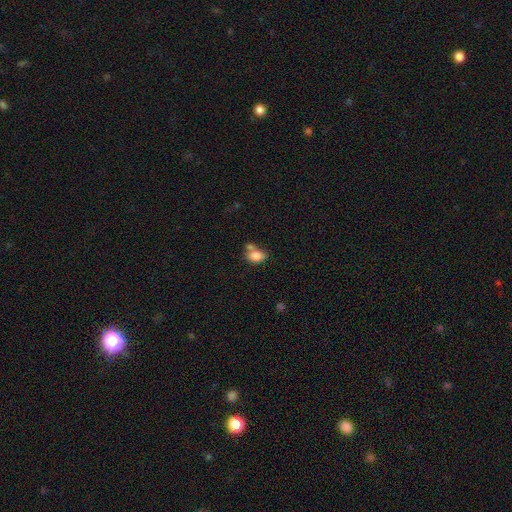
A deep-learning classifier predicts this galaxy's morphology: A smooth galaxy with no disk features (82%) that is in between round and cigar-shaped (79%).

Vote fractions:
- Smooth or featured? smooth: 82% / star or artifact: 9% / featured or disk: 8%
- How rounded? in between: 79% / round: 19% / cigar-shaped: 1%
- Merging? none: 43% / merger: 36% / minor disturbance: 15% / major disturbance: 5%